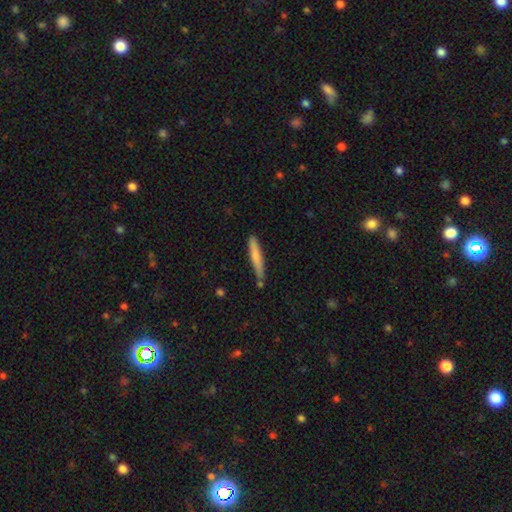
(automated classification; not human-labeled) Smooth or featured: smooth — 74% (featured or disk — 21%)
How rounded: cigar-shaped — 94% (in between — 5%)
Merging: none — 75% (minor disturbance — 17%)